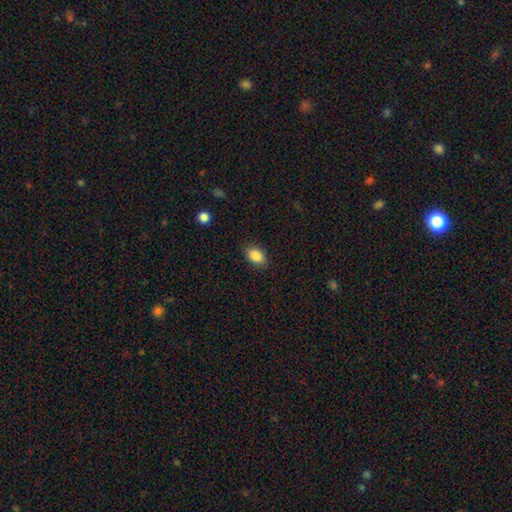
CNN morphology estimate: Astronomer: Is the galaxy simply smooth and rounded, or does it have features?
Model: smooth — 87%.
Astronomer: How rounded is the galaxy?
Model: in between — 85%.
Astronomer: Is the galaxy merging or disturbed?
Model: none — 86%.